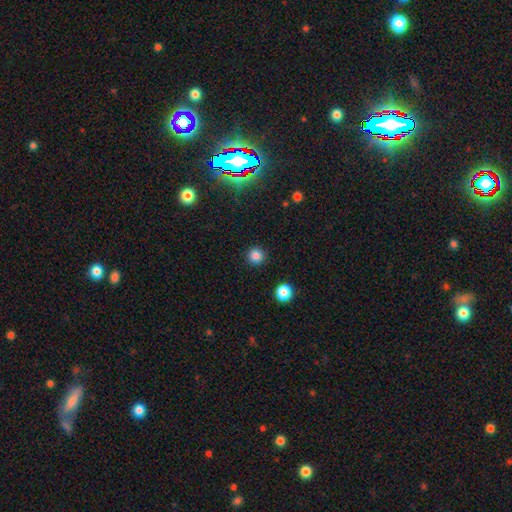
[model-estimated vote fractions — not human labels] Smooth or featured: smooth — 84% (star or artifact — 13%)
How rounded: round — 95% (in between — 4%)
Merging: none — 92% (minor disturbance — 5%)